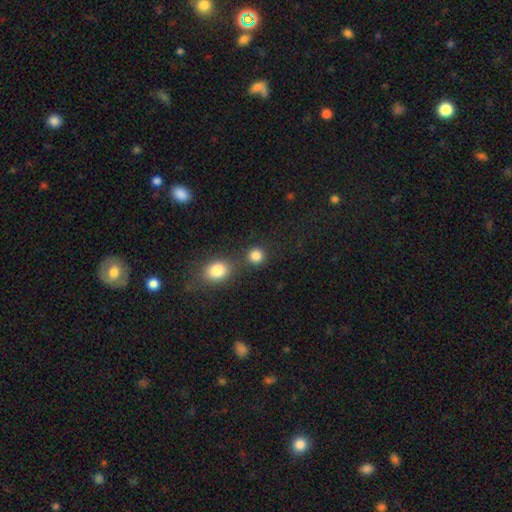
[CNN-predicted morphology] This appears to be a smooth galaxy with no disk features (84%) that is round (89%). Merging: none (74%).